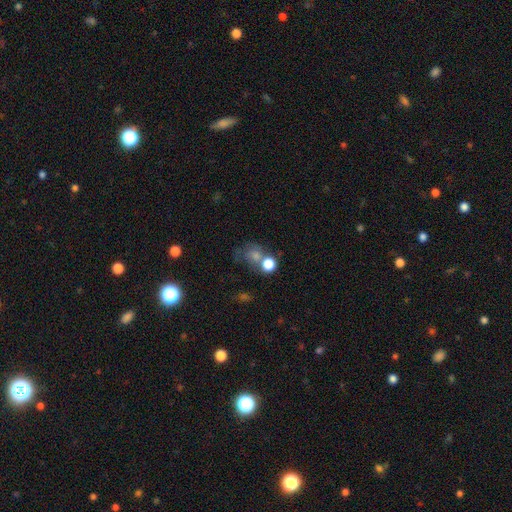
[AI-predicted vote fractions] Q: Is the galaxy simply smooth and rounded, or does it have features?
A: smooth — 56%.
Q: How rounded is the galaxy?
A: round — 74%.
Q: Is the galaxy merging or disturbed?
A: none — 46%.